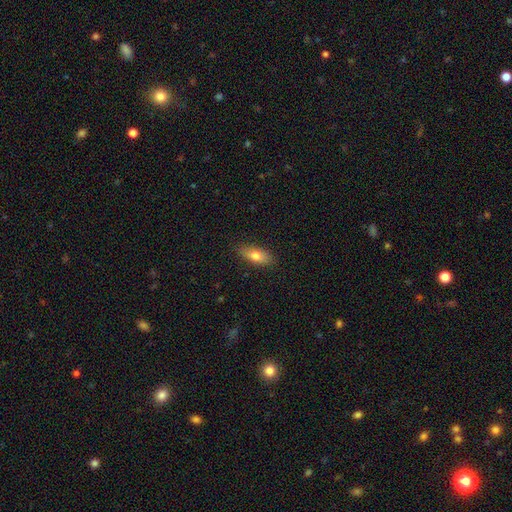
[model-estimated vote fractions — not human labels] This appears to be a smooth galaxy with no disk features (74%) that is in between round and cigar-shaped (75%). Merging: none (85%).